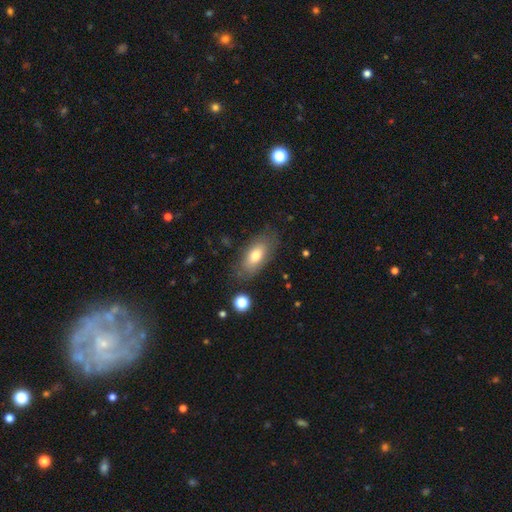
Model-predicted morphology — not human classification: A smooth galaxy with no disk features (72%) that is in between round and cigar-shaped (88%). Merging: none (76%).